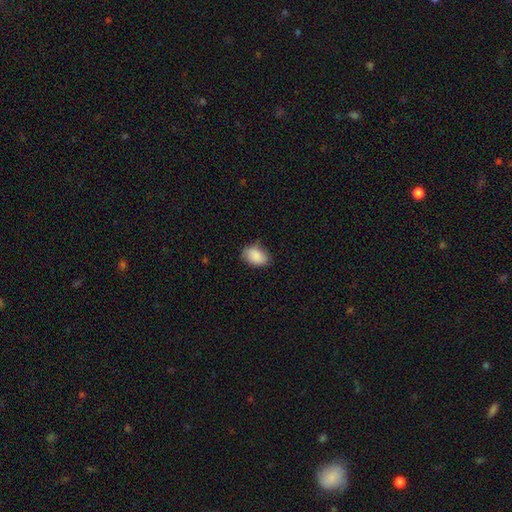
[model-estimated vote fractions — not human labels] A smooth galaxy with no disk features (89%) that is in between round and cigar-shaped (84%).

Vote fractions:
- Smooth or featured? smooth: 89% / star or artifact: 7% / featured or disk: 5%
- How rounded? in between: 84% / round: 15% / cigar-shaped: 1%
- Merging? none: 75% / minor disturbance: 20% / major disturbance: 4% / merger: 1%